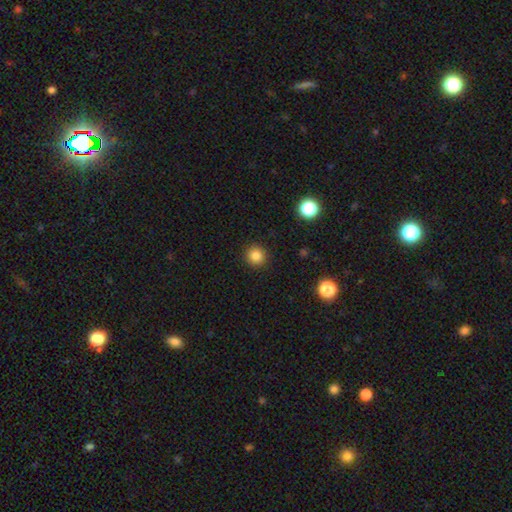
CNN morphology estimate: This is clearly a smooth galaxy (84%). How rounded: clearly round (94%). Merging: clearly none (92%).